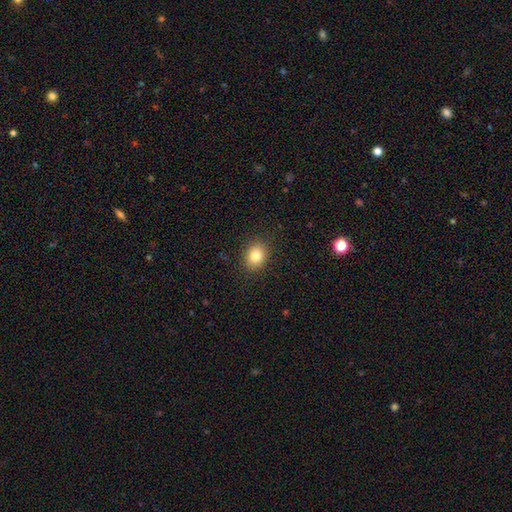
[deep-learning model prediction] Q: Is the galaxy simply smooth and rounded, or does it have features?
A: smooth — 83%.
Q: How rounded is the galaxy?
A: in between — 52%.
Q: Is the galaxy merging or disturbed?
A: none — 89%.